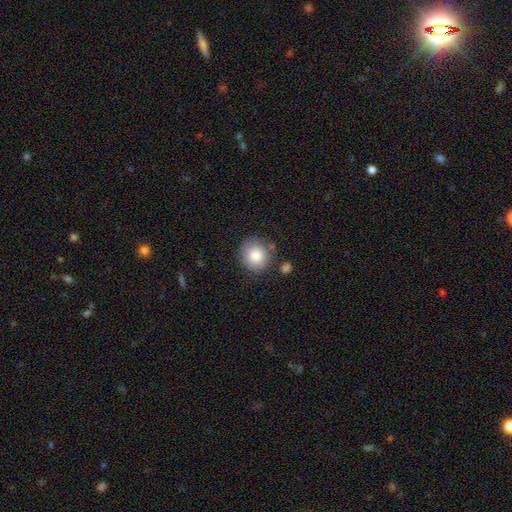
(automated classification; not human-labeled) Q: Smooth or featured?
A: smooth (85%); runner-up: star or artifact (8%)
Q: How rounded?
A: round (90%); runner-up: in between (9%)
Q: Merging?
A: none (79%); runner-up: minor disturbance (13%)